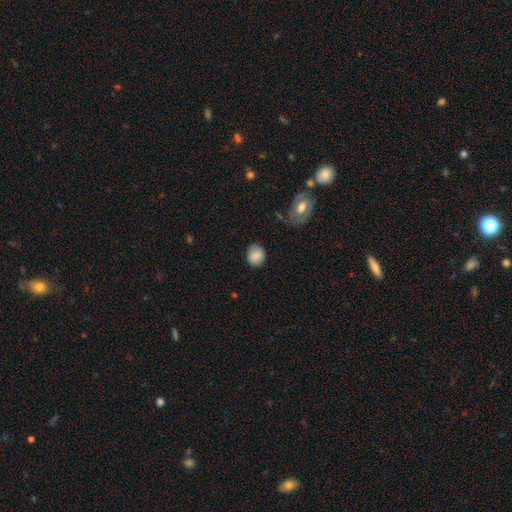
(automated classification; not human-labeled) Smooth or featured: smooth — 87% (star or artifact — 8%)
How rounded: round — 71% (in between — 28%)
Merging: none — 83% (minor disturbance — 13%)